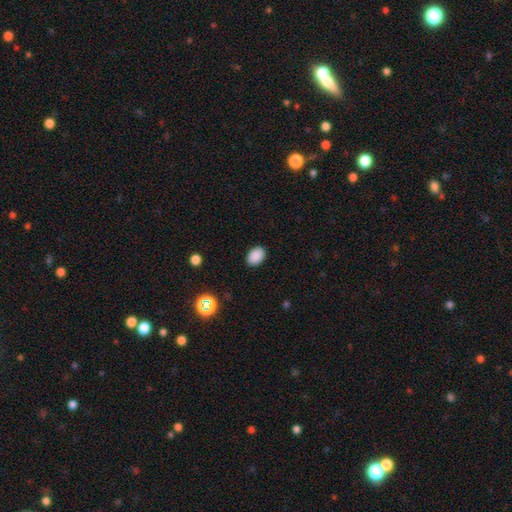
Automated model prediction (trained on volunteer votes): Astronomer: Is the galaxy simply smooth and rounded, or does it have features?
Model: smooth — 88%.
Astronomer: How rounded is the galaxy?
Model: in between — 79%.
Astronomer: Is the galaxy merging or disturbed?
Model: none — 89%.